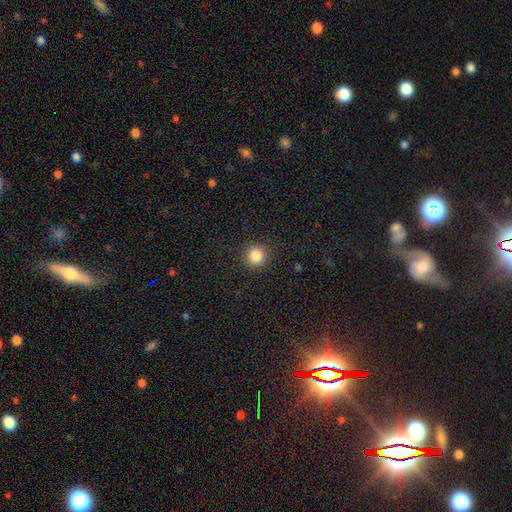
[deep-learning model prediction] Smooth or featured? Predicted: smooth (p=0.85). How rounded? Predicted: round (p=0.94). Merging? Predicted: none (p=0.92).